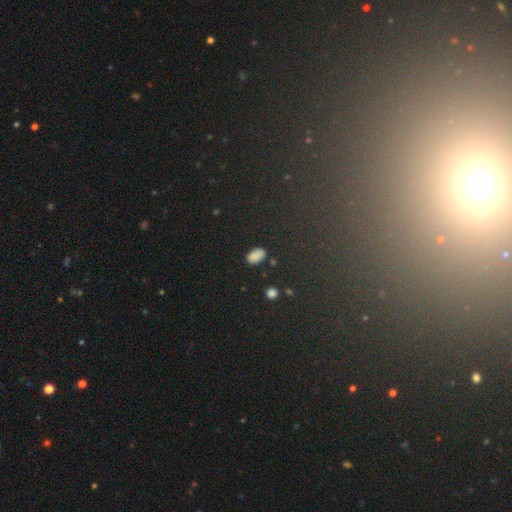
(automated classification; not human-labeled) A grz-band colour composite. It shows a smooth galaxy with no disk features (84%) that is in between round and cigar-shaped (92%). Merging: none (81%).